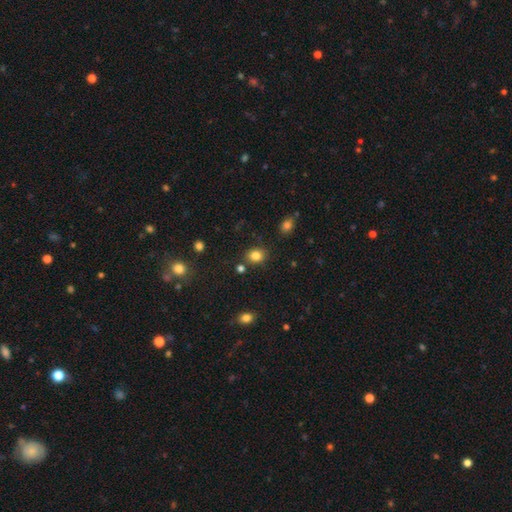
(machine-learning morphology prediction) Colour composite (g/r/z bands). It shows a smooth galaxy with no disk features (82%) that is round (57%). Merging: none (81%).